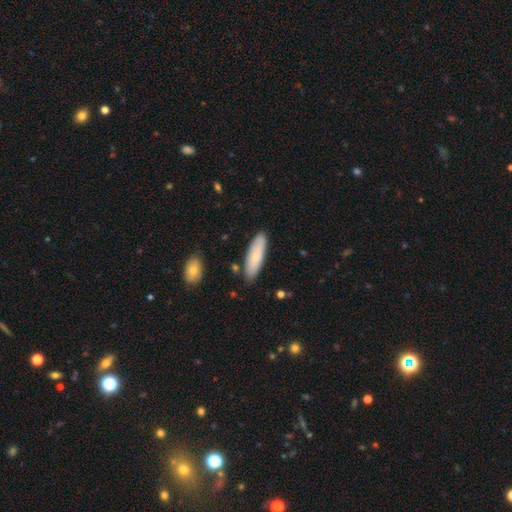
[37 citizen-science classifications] smooth-or-featured: smooth: 57% | featured or disk: 43% | star or artifact: 0%
  how-rounded: cigar-shaped: 67% | in between: 29% | round: 5%
  merging: none: 86% | minor disturbance: 5% | merger: 5% | major disturbance: 3%